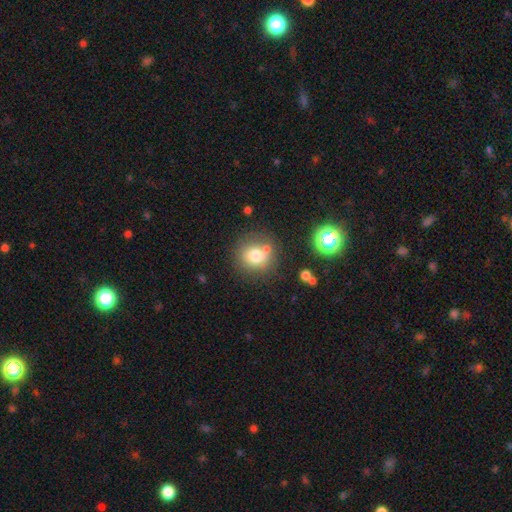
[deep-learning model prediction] Smooth or featured?
  - smooth: 75% *
  - featured or disk: 13%
  - star or artifact: 12%
How rounded?
  - round: 86% *
  - in between: 13%
  - cigar-shaped: 1%
Merging?
  - none: 68% *
  - minor disturbance: 14%
  - merger: 13%
  - major disturbance: 5%